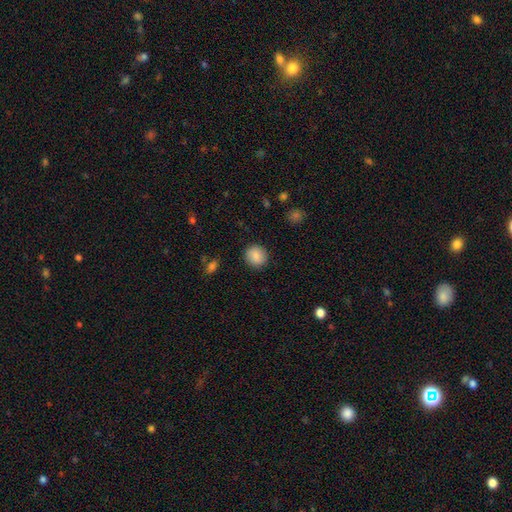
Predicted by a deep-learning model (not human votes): Smooth or featured: smooth — 88% (star or artifact — 8%)
How rounded: round — 91% (in between — 9%)
Merging: none — 91% (minor disturbance — 6%)